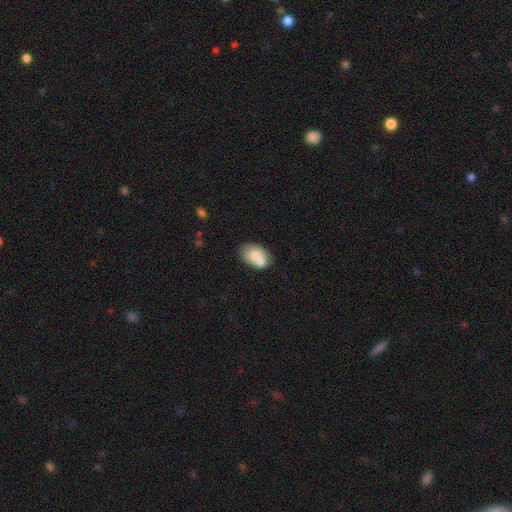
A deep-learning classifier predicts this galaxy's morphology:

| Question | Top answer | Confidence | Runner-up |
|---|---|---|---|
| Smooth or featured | smooth | 69% | featured or disk (23%) |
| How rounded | in between | 78% | round (21%) |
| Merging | none | 42% | merger (40%) |